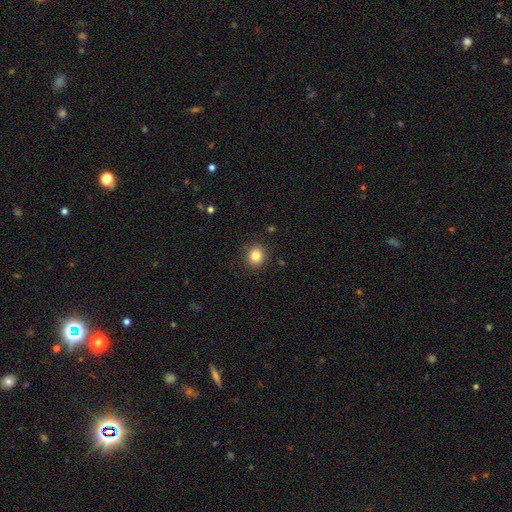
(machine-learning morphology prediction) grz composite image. It shows a smooth galaxy with no disk features (84%) that is round (81%). Merging: none (89%).